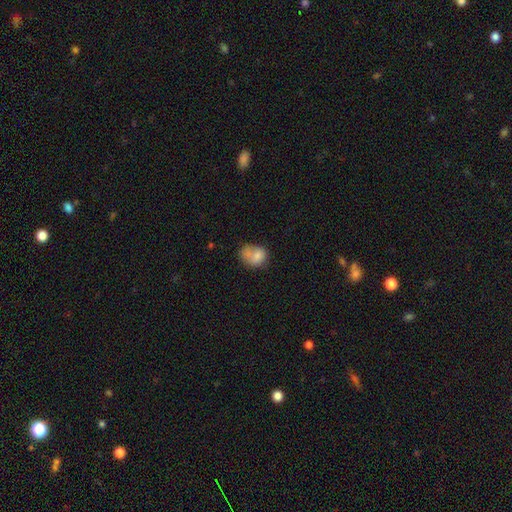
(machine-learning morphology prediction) A smooth galaxy with no disk features (76%) that is in between round and cigar-shaped (54%).

Vote fractions:
- Smooth or featured? smooth: 76% / featured or disk: 15% / star or artifact: 9%
- How rounded? in between: 54% / round: 45% / cigar-shaped: 1%
- Merging? none: 34% / minor disturbance: 28% / merger: 20% / major disturbance: 18%